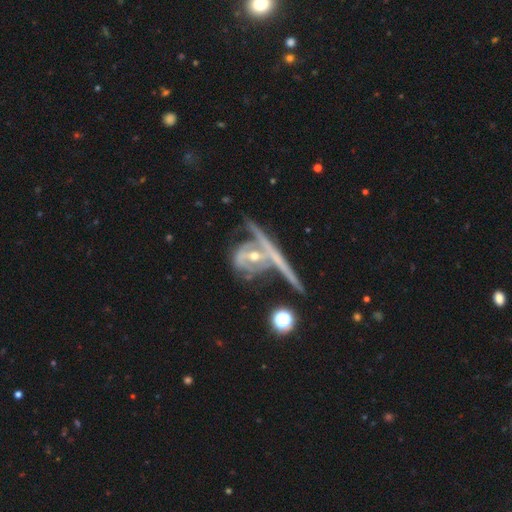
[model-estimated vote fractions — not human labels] Smooth or featured? Predicted: featured or disk (p=0.78). Edge-on disk? Predicted: no (p=0.65). Bar? Predicted: no (p=0.48). Spiral arms? Predicted: yes (p=0.67). Bulge size? Predicted: moderate (p=0.53). Merging? Predicted: none (p=0.38).